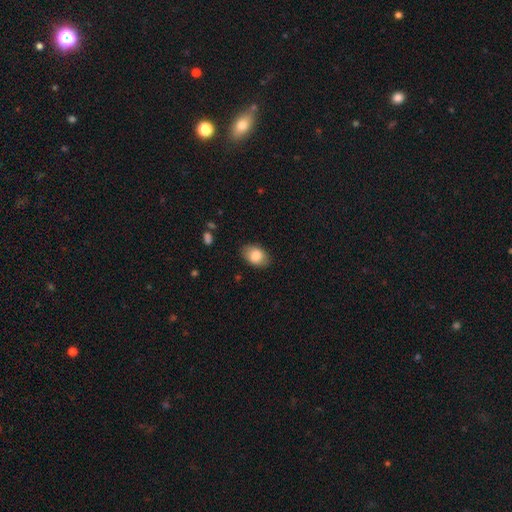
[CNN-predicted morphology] Smooth or featured: smooth — 84% (featured or disk — 9%)
How rounded: in between — 85% (round — 13%)
Merging: none — 83% (minor disturbance — 13%)